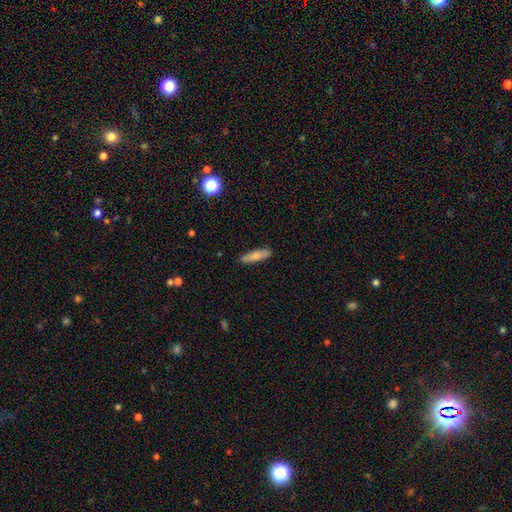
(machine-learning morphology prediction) Overall: smooth (75%). How rounded: cigar-shaped (73%). Merging: none (88%).